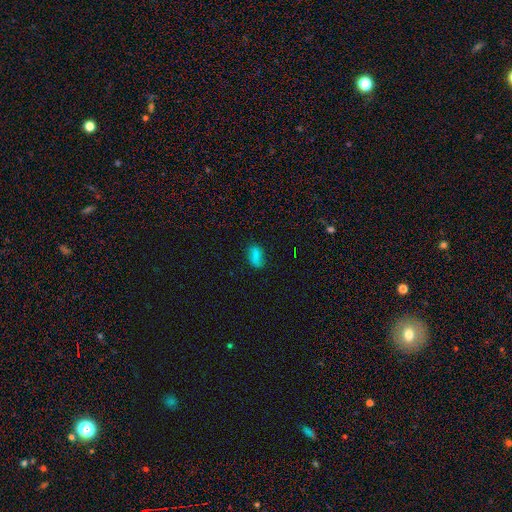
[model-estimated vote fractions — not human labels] Smooth or featured?
  - smooth: 78% *
  - star or artifact: 12%
  - featured or disk: 9%
How rounded?
  - in between: 89% *
  - round: 6%
  - cigar-shaped: 5%
Merging?
  - none: 75% *
  - minor disturbance: 19%
  - major disturbance: 5%
  - merger: 2%